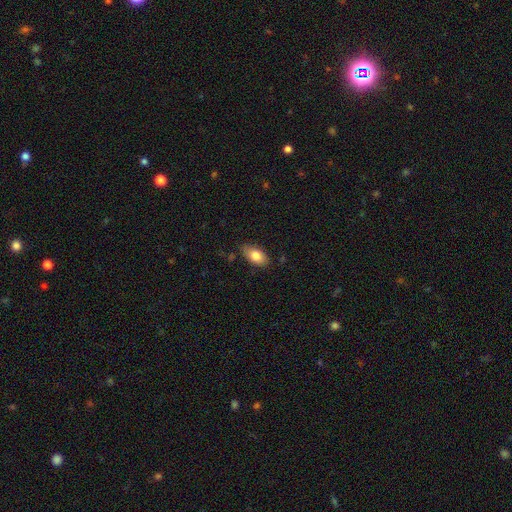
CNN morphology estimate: Q: Smooth or featured?
A: smooth (81%); runner-up: featured or disk (12%)
Q: How rounded?
A: in between (91%); runner-up: round (5%)
Q: Merging?
A: none (80%); runner-up: minor disturbance (16%)